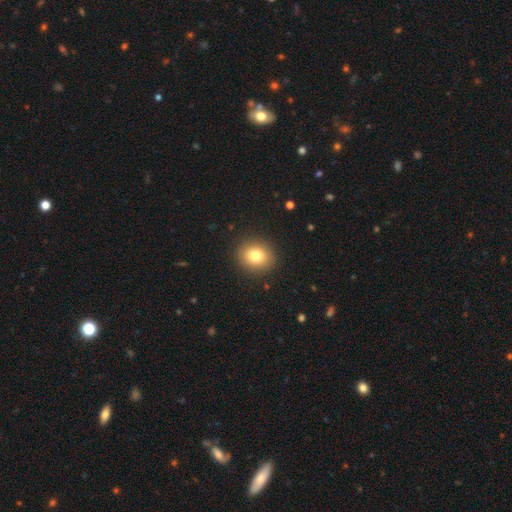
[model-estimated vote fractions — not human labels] This appears to be a smooth galaxy with no disk features (80%) that is round (76%). Merging: none (90%).